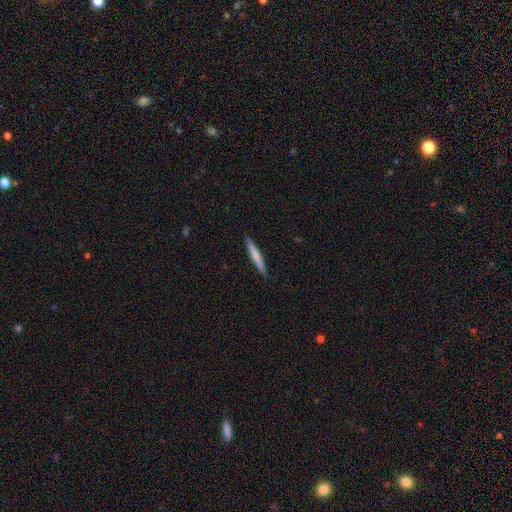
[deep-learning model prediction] This is likely a smooth galaxy (63%). How rounded: clearly cigar-shaped (95%). Merging: clearly none (90%).